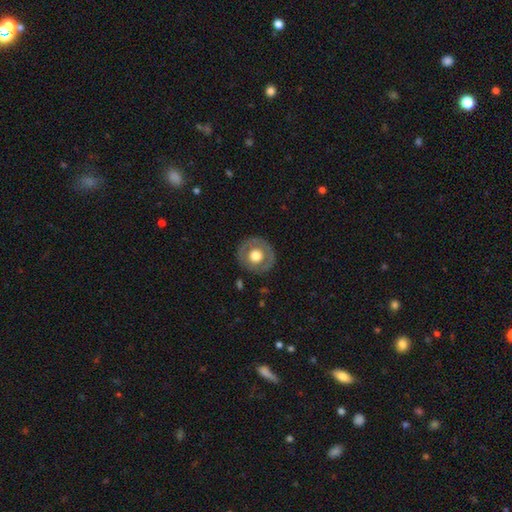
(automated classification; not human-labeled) smooth_or_featured: smooth (p=0.52) [alt: featured or disk p=0.42]
how_rounded: round (p=0.92) [alt: in between p=0.07]
merging: none (p=0.86) [alt: minor disturbance p=0.09]